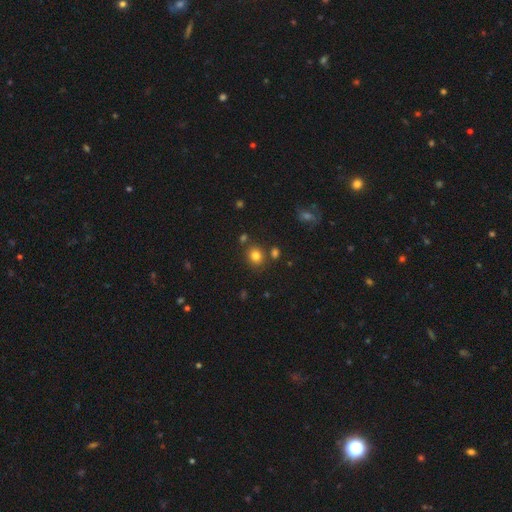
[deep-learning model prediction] A smooth galaxy with no disk features (79%) that is round (70%). Merging: none (78%).